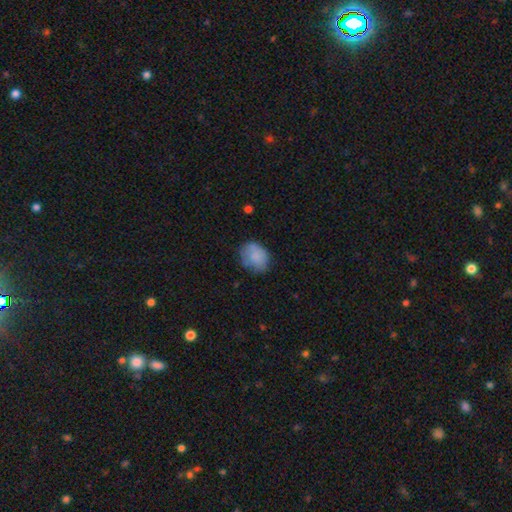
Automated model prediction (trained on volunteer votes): This appears to be a smooth galaxy with no disk features (80%) that is in between round and cigar-shaped (57%). Merging: none (65%).